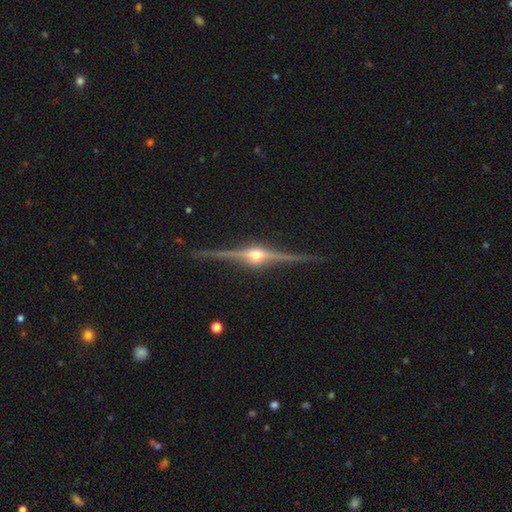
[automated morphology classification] A featured or disk galaxy (91%) viewed edge-on (98%) with a rounded central bulge (95%).

Vote fractions:
- Smooth or featured? featured or disk: 91% / star or artifact: 5% / smooth: 4%
- Edge-on disk? yes: 98% / no: 2%
- Edge-on bulge? rounded: 95% / boxy: 3% / none: 2%
- Merging? none: 91% / minor disturbance: 7% / major disturbance: 1% / merger: 1%